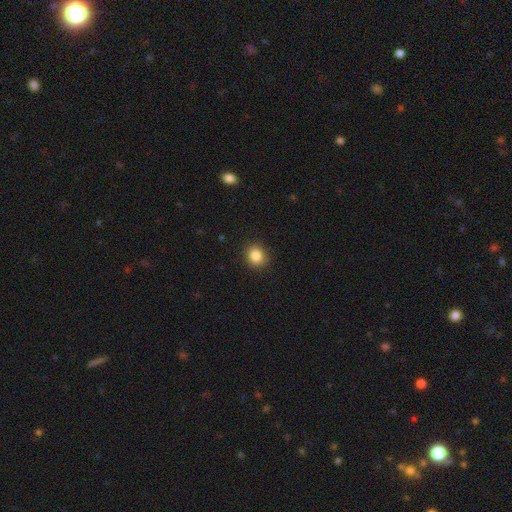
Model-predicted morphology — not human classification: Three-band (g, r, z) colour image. It shows a smooth galaxy with no disk features (85%) that is round (77%). Merging: none (88%).